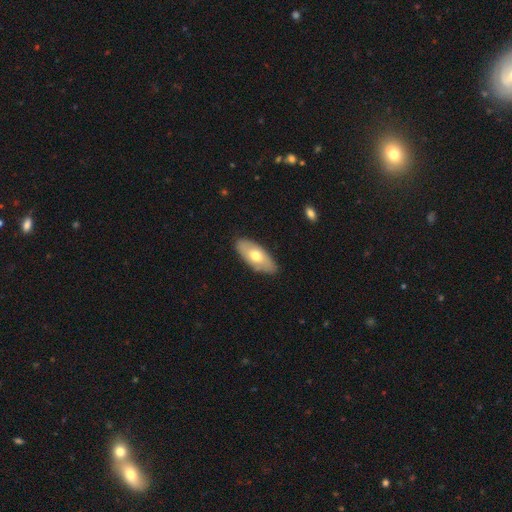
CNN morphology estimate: smooth_or_featured: smooth (p=0.61) [alt: featured or disk p=0.34]
how_rounded: in between (p=0.88) [alt: cigar-shaped p=0.09]
merging: none (p=0.85) [alt: minor disturbance p=0.11]